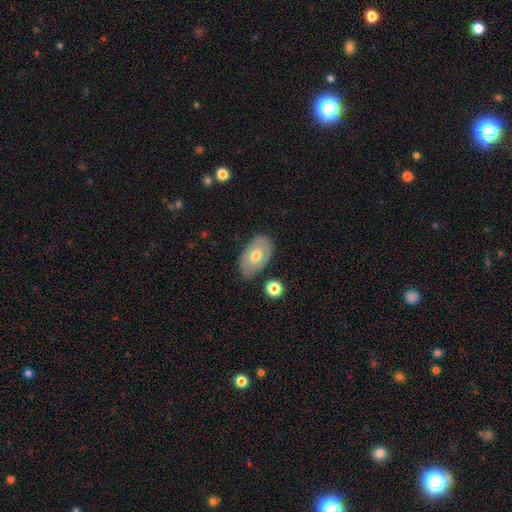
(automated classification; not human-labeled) smooth_or_featured: smooth (p=0.50) [alt: featured or disk p=0.44]
how_rounded: in between (p=0.91) [alt: round p=0.08]
merging: none (p=0.72) [alt: minor disturbance p=0.20]